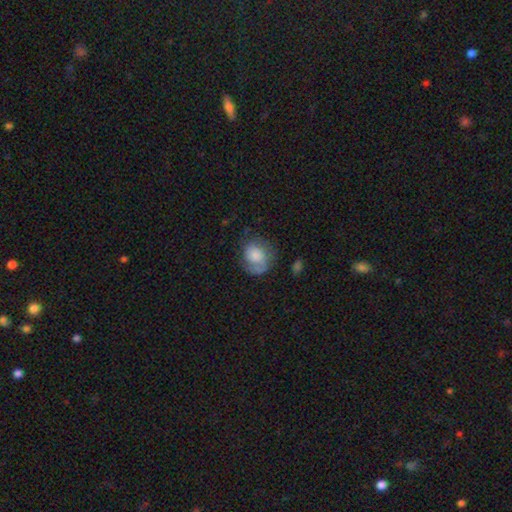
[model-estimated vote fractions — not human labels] The model was most divided on "smooth or featured": smooth: 53%, featured or disk: 39%, star or artifact: 8%. More confident: how rounded — round (68%); merging — none (55%).